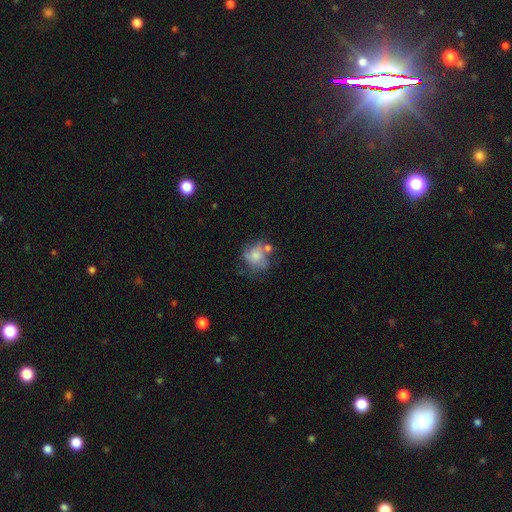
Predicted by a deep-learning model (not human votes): Smooth or featured? Predicted: smooth (p=0.59). How rounded? Predicted: round (p=0.61). Merging? Predicted: none (p=0.38).